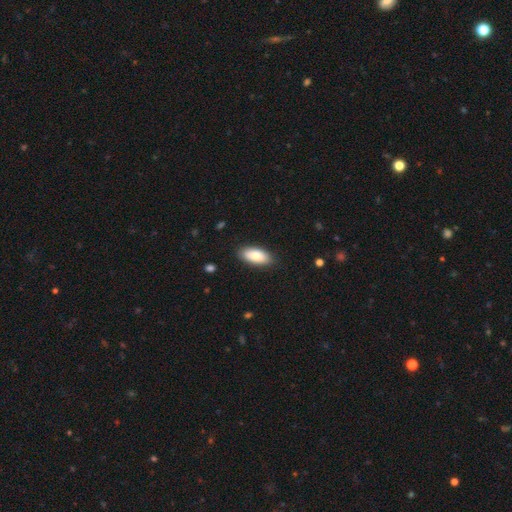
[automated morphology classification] smooth 84%, featured or disk 10%, star or artifact 6%. Down the decision tree: how rounded — in between (89%); merging — none (86%).